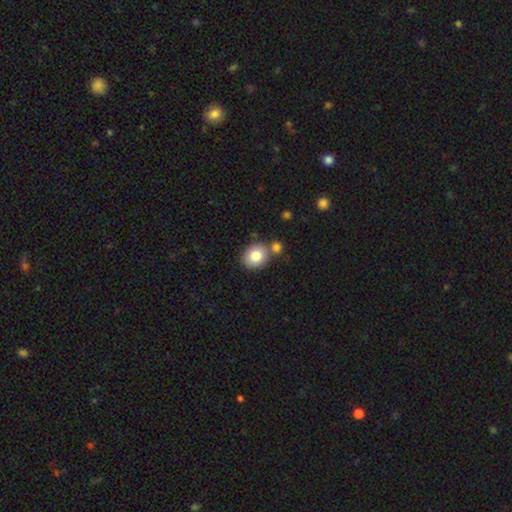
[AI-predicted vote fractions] smooth 82%, featured or disk 9%, star or artifact 8%. Down the decision tree: how rounded — round (60%); merging — none (67%).